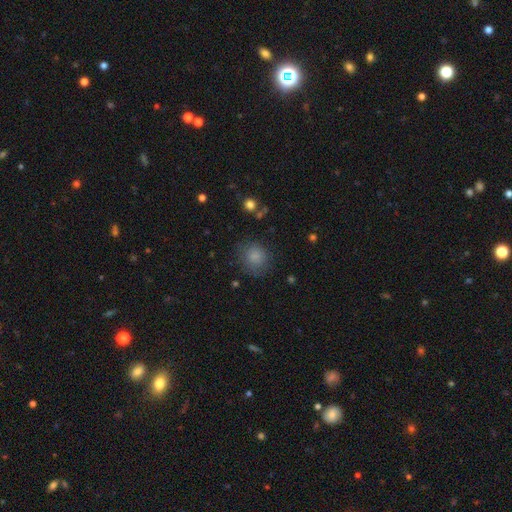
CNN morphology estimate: This appears to be a smooth galaxy with no disk features (81%) that is round (79%). Merging: none (75%).